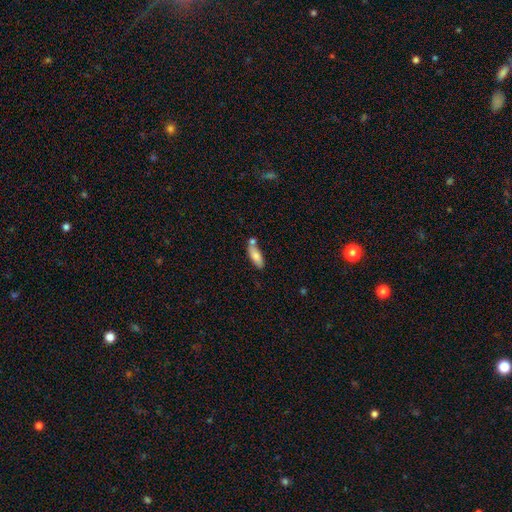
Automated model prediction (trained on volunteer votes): Q: Smooth or featured?
A: smooth (76%); runner-up: featured or disk (17%)
Q: How rounded?
A: in between (69%); runner-up: cigar-shaped (29%)
Q: Merging?
A: none (57%); runner-up: merger (24%)